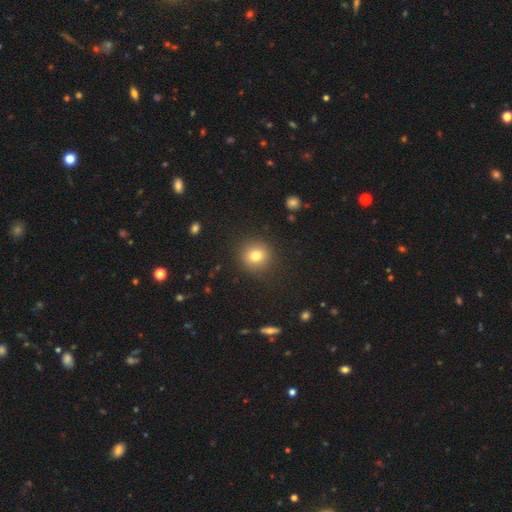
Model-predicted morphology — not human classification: Smooth or featured?
  - smooth: 79% *
  - star or artifact: 12%
  - featured or disk: 9%
How rounded?
  - round: 90% *
  - in between: 9%
  - cigar-shaped: 1%
Merging?
  - none: 89% *
  - minor disturbance: 7%
  - major disturbance: 3%
  - merger: 1%